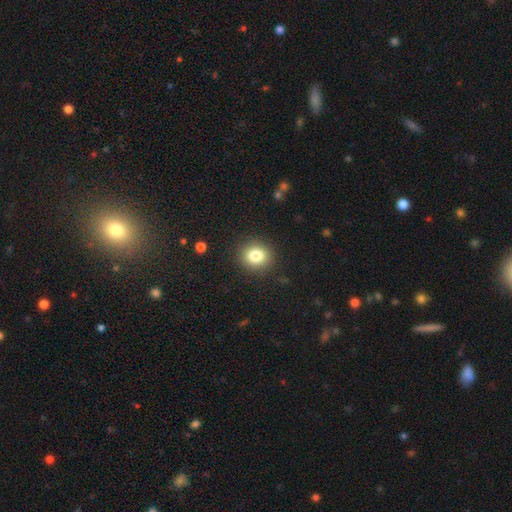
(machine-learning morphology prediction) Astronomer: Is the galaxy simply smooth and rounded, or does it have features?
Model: smooth — 81%.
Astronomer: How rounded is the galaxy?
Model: round — 77%.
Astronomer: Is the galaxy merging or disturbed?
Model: none — 89%.